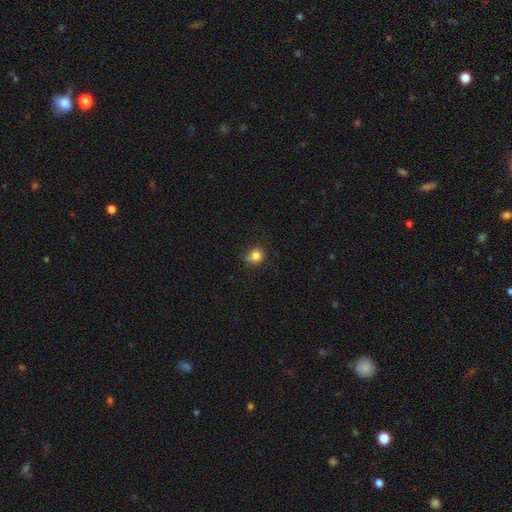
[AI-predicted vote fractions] A smooth galaxy with no disk features (83%) that is round (76%).

Vote fractions:
- Smooth or featured? smooth: 83% / star or artifact: 12% / featured or disk: 5%
- How rounded? round: 76% / in between: 23% / cigar-shaped: 1%
- Merging? none: 73% / minor disturbance: 21% / major disturbance: 4% / merger: 2%